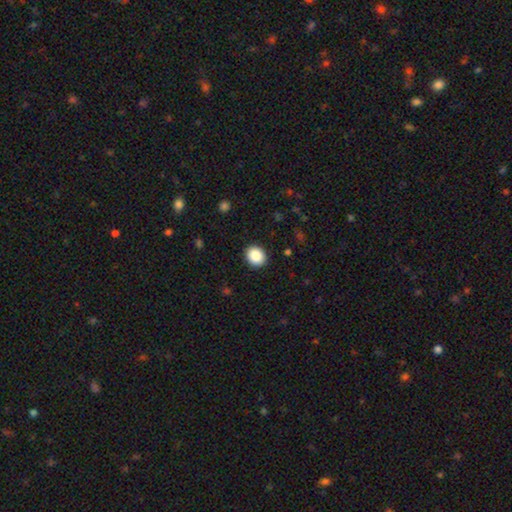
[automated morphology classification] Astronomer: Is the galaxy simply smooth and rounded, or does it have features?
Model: smooth — 88%.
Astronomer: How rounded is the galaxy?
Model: round — 72%.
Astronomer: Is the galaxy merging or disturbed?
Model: none — 91%.